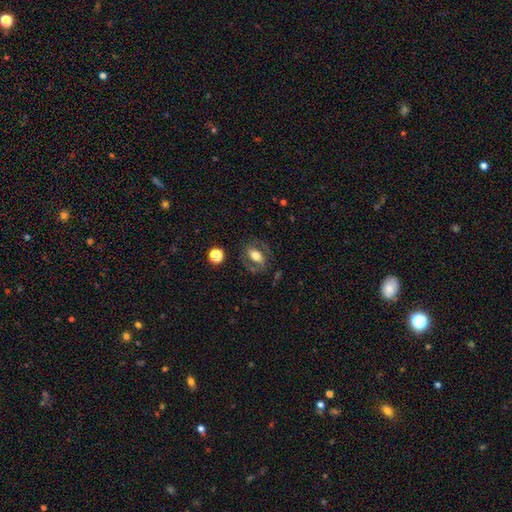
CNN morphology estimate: This is possibly a smooth galaxy (46%). Merging: likely none (70%).